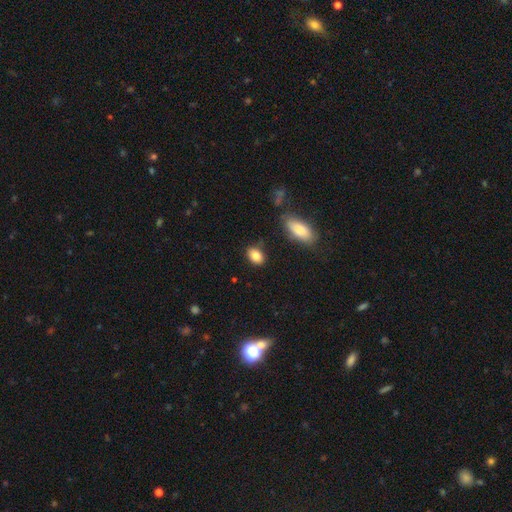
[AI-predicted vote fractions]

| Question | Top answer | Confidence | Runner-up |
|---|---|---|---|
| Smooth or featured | smooth | 85% | star or artifact (8%) |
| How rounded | in between | 78% | round (20%) |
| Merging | none | 82% | minor disturbance (12%) |